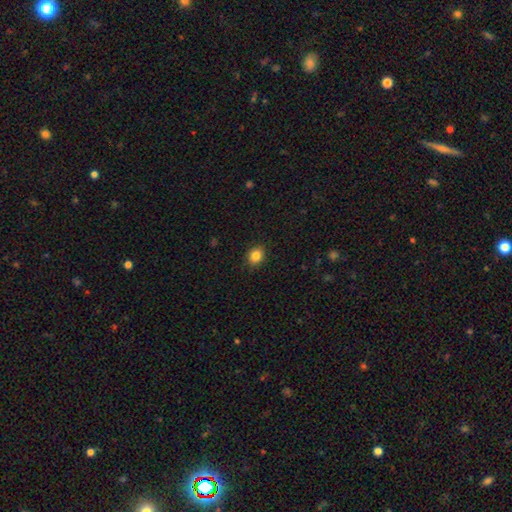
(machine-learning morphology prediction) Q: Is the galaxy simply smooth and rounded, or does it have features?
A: smooth — 85%.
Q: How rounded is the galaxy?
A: round — 63%.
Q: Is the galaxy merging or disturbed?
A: none — 89%.